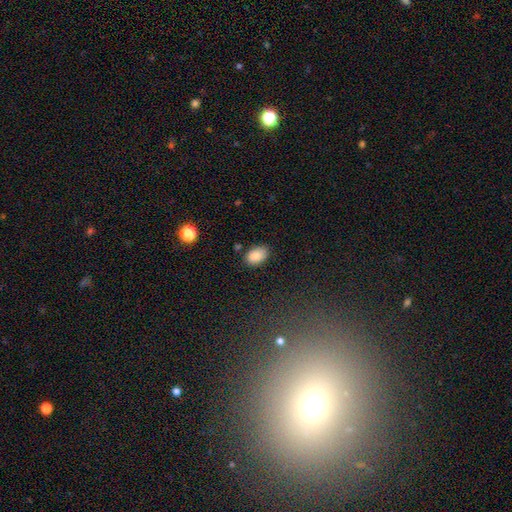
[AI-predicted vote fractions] smooth_or_featured: smooth (p=0.86) [alt: star or artifact p=0.08]
how_rounded: in between (p=0.87) [alt: round p=0.12]
merging: none (p=0.77) [alt: minor disturbance p=0.15]